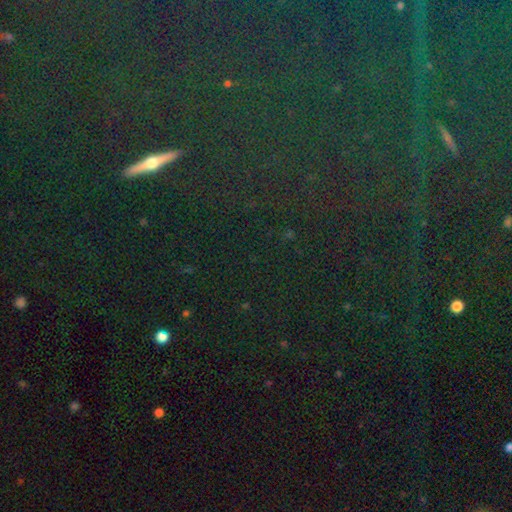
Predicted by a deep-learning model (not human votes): smooth-or-featured: star or artifact: 74% | featured or disk: 13% | smooth: 13%